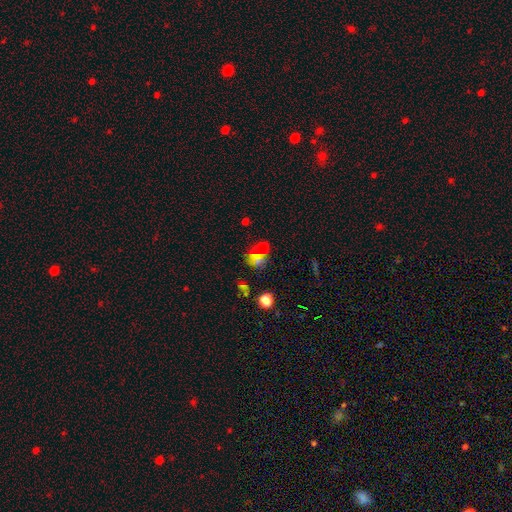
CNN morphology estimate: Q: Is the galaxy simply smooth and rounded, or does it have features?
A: smooth — 48%.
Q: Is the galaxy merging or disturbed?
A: none — 56%.